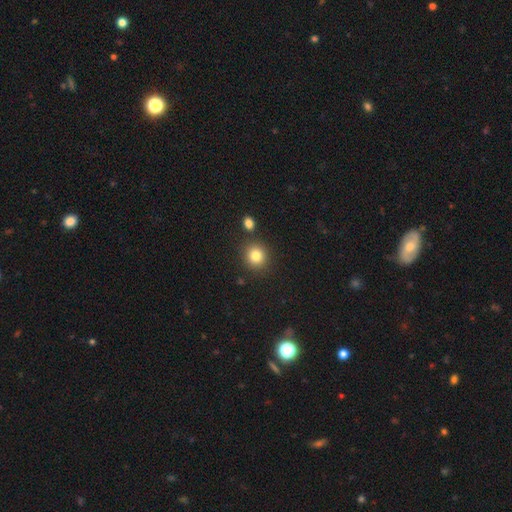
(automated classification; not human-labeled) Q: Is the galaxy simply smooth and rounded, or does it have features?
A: smooth — 83%.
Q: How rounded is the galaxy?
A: round — 88%.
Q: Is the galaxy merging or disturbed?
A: none — 84%.